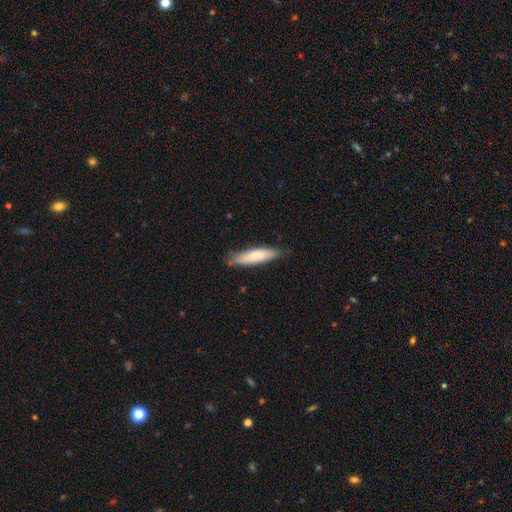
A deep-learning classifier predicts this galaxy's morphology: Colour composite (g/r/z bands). It shows a smooth galaxy with no disk features (76%) that is cigar-shaped (73%). Merging: none (78%).